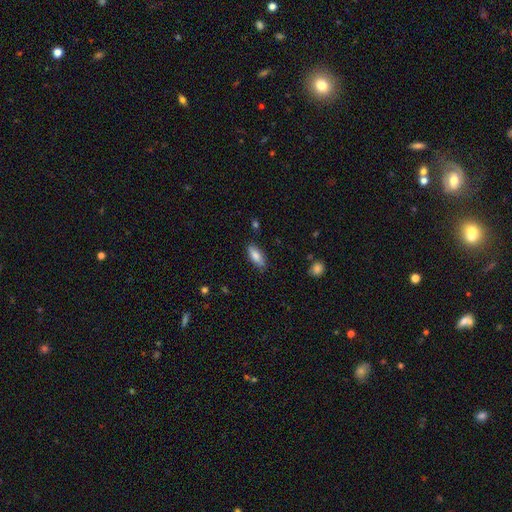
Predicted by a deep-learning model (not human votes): Smooth or featured: smooth — 80% (featured or disk — 13%)
How rounded: in between — 69% (cigar-shaped — 29%)
Merging: none — 82% (minor disturbance — 14%)